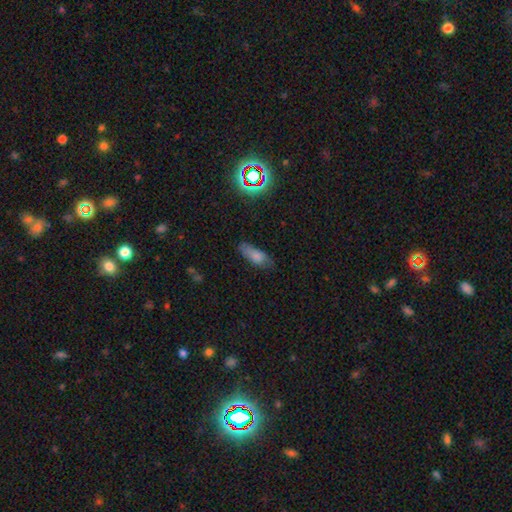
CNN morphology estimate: A smooth galaxy with no disk features (76%) that is in between round and cigar-shaped (72%). Merging: none (60%).